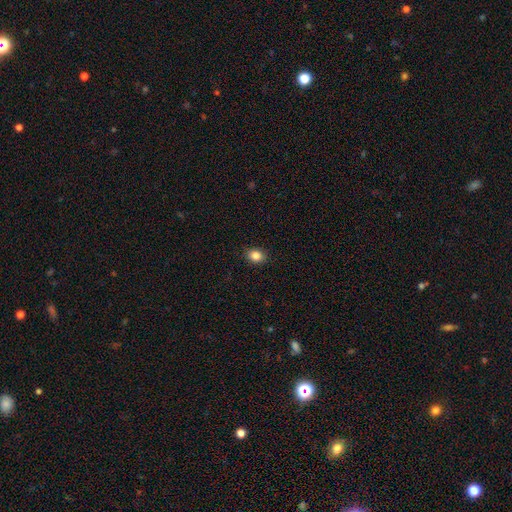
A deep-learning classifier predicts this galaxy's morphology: This is clearly a smooth galaxy (85%). How rounded: possibly in between (54%). Merging: clearly none (90%).